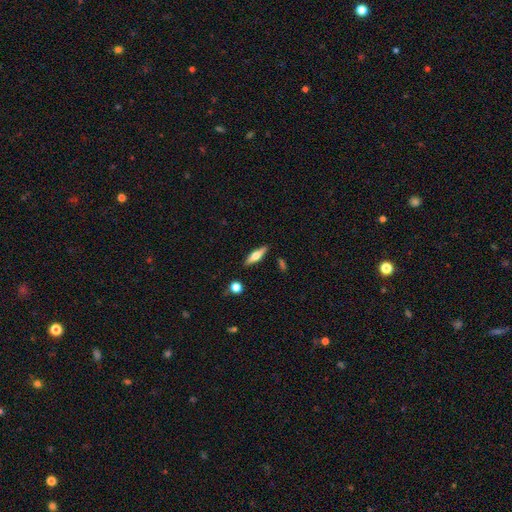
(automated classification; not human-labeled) The model was most divided on "smooth or featured": featured or disk: 50%, smooth: 44%, star or artifact: 6%. More confident: merging — none (87%).